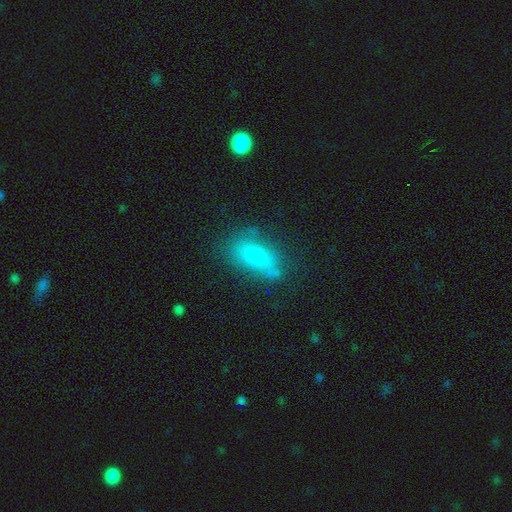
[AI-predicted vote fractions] smooth 70%, featured or disk 20%, star or artifact 11%. Down the decision tree: how rounded — in between (83%); merging — none (57%).